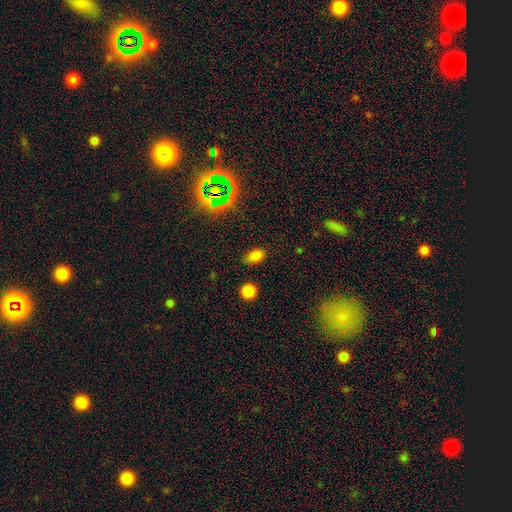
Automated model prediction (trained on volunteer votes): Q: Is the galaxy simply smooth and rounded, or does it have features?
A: smooth — 79%.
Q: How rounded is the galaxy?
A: in between — 83%.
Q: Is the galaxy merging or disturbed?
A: none — 82%.